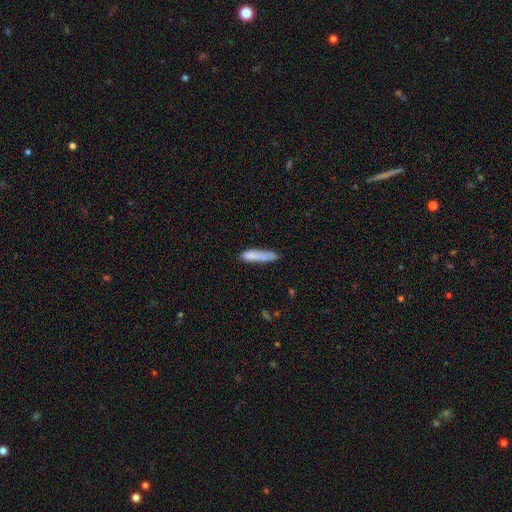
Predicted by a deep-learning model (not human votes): Smooth or featured? smooth (79%)
How rounded? cigar-shaped (83%)
Merging? none (64%)